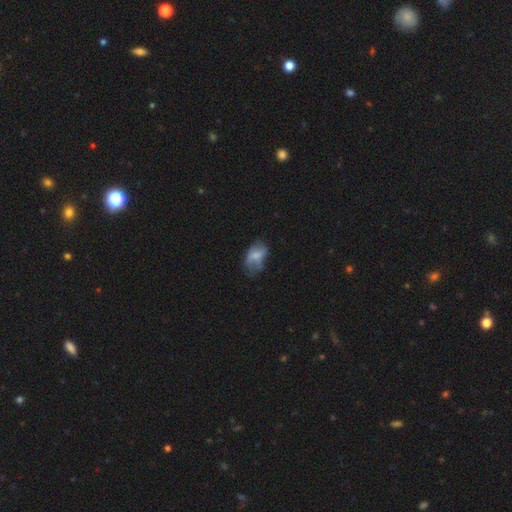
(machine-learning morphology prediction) This appears to be a smooth galaxy with no disk features (58%) that is in between round and cigar-shaped (88%). Merging: none (37%).